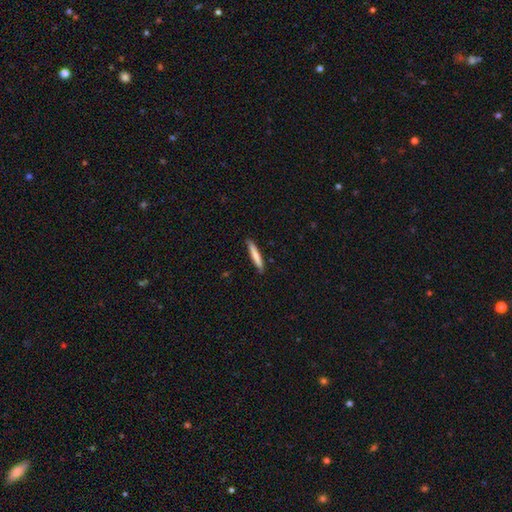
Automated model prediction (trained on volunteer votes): Morphology: type=smooth (76%); roundness=cigar-shaped (94%); merging=none (86%).